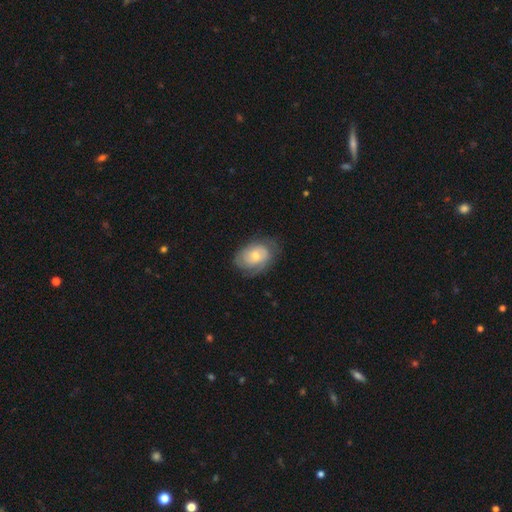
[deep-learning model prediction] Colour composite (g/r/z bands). It shows a featured or disk galaxy (51%). Merging: none (64%).